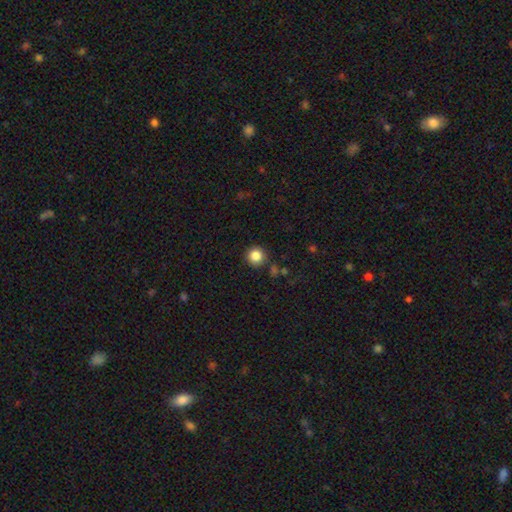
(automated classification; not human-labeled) smooth 85%, star or artifact 11%, featured or disk 4%. Down the decision tree: how rounded — round (95%); merging — none (86%).